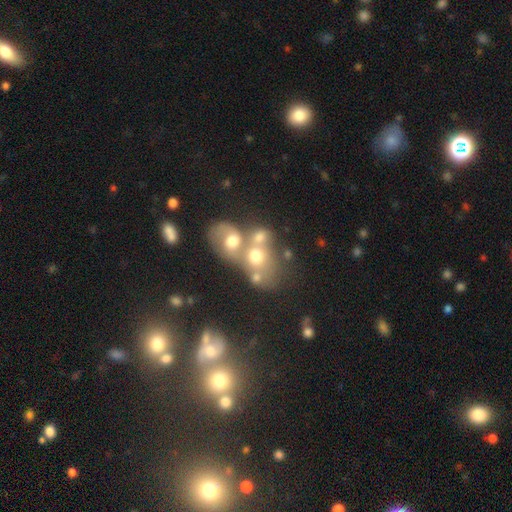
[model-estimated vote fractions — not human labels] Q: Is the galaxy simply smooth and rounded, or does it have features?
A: smooth — 53%.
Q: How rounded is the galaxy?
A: round — 53%.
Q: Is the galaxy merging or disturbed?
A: merger — 66%.